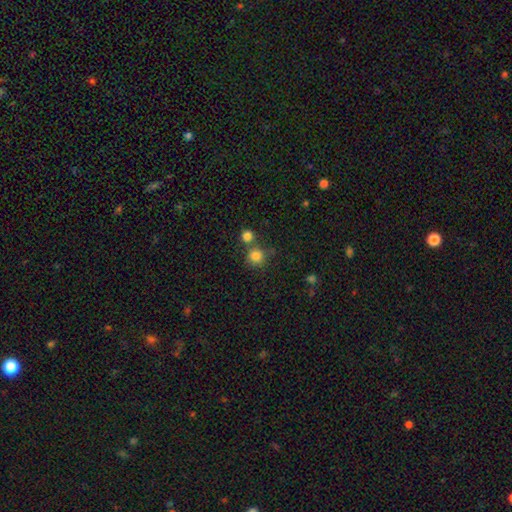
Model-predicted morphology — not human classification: smooth-or-featured: smooth: 82% | star or artifact: 12% | featured or disk: 6%
  how-rounded: round: 92% | in between: 7% | cigar-shaped: 1%
  merging: none: 66% | merger: 22% | minor disturbance: 8% | major disturbance: 3%